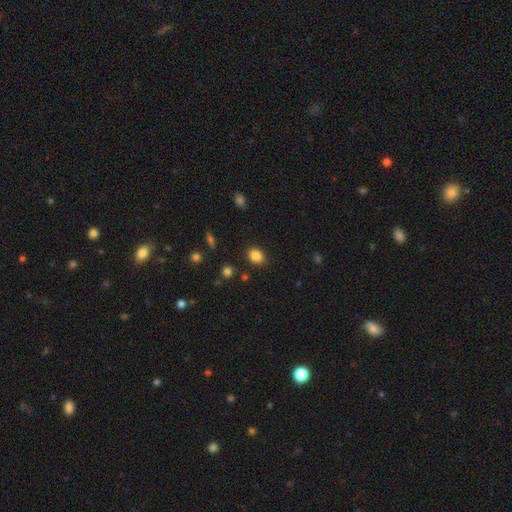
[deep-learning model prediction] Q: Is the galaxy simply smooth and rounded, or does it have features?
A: smooth — 85%.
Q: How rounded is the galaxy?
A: in between — 55%.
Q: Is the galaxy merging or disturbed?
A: none — 85%.